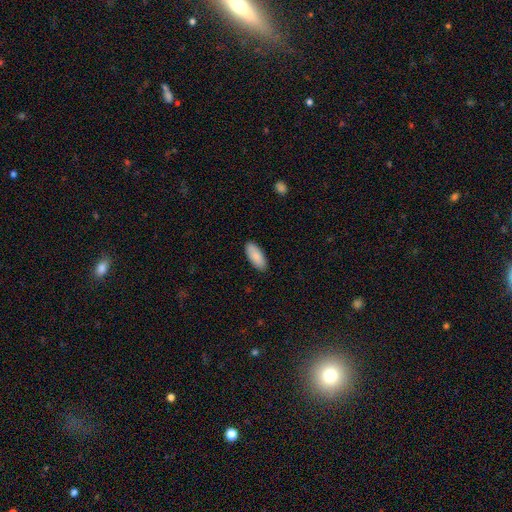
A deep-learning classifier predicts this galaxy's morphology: This appears to be a smooth galaxy with no disk features (87%) that is in between round and cigar-shaped (84%). Merging: none (89%).